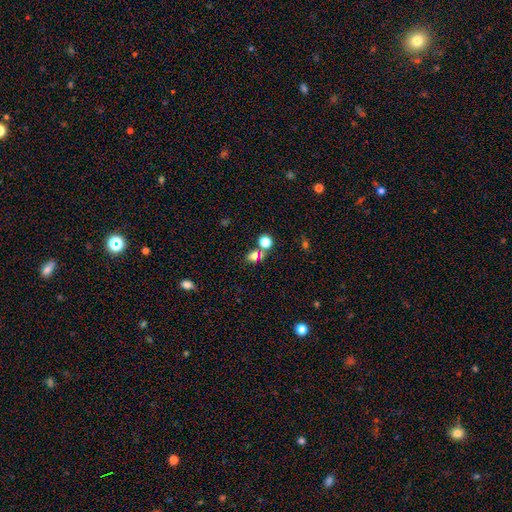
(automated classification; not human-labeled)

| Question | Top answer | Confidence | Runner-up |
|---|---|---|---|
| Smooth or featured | smooth | 69% | star or artifact (23%) |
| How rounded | round | 58% | in between (40%) |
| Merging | none | 61% | merger (26%) |